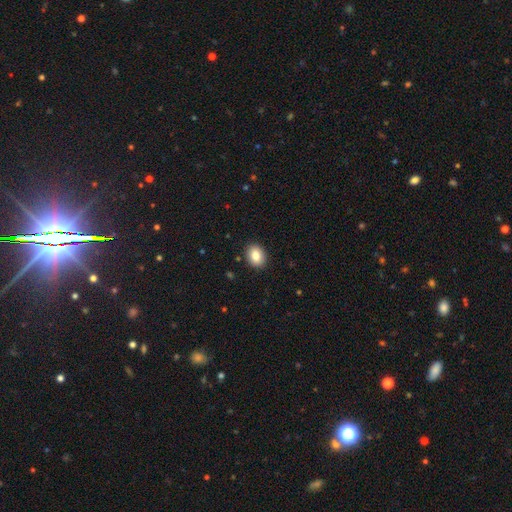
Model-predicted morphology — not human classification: This is clearly a smooth galaxy (85%). How rounded: likely in between (63%). Merging: clearly none (90%).